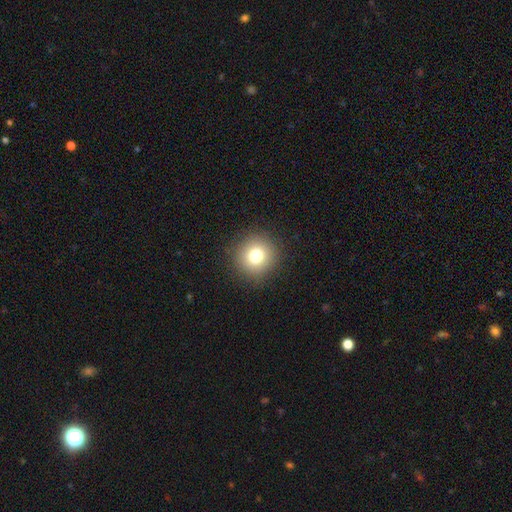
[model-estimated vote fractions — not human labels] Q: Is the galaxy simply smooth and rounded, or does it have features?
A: smooth — 79%.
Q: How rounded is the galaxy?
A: round — 93%.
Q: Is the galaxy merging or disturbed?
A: none — 90%.